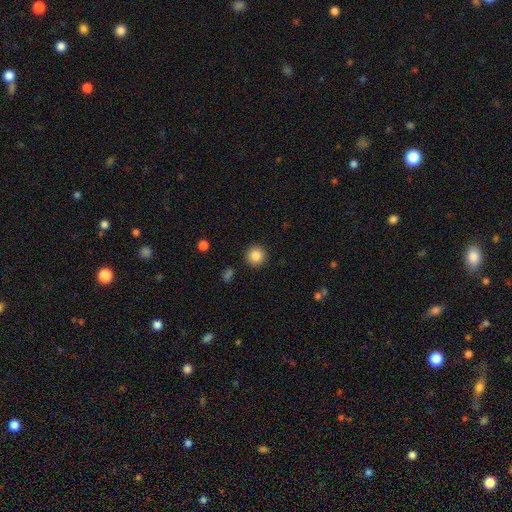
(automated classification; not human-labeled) This is clearly a smooth galaxy (86%). How rounded: clearly round (95%). Merging: clearly none (91%).